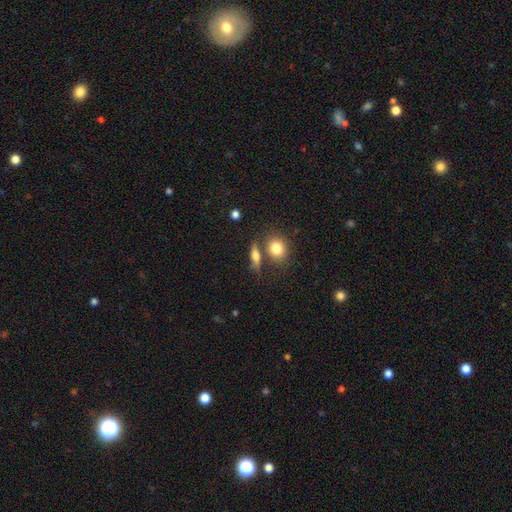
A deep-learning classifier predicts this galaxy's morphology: A smooth galaxy with no disk features (66%) that is in between round and cigar-shaped (46%).

Vote fractions:
- Smooth or featured? smooth: 66% / featured or disk: 24% / star or artifact: 11%
- How rounded? in between: 46% / cigar-shaped: 31% / round: 23%
- Merging? none: 64% / merger: 15% / minor disturbance: 14% / major disturbance: 6%